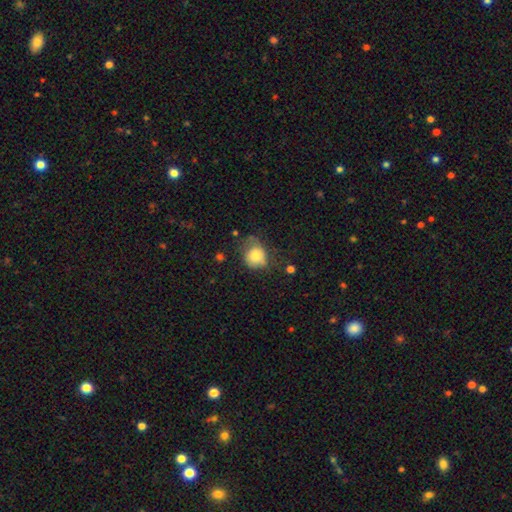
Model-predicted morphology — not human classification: Smooth or featured? Predicted: smooth (p=0.78). How rounded? Predicted: round (p=0.75). Merging? Predicted: none (p=0.53).